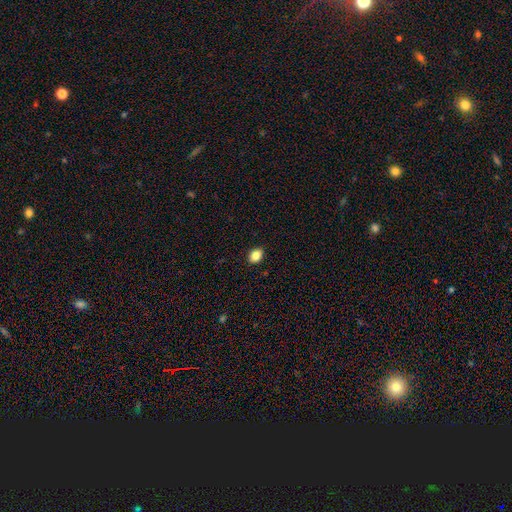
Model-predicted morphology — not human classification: The model was most divided on "how rounded": in between: 66%, round: 33%, cigar-shaped: 1%. More confident: merging — none (90%); smooth or featured — smooth (85%).